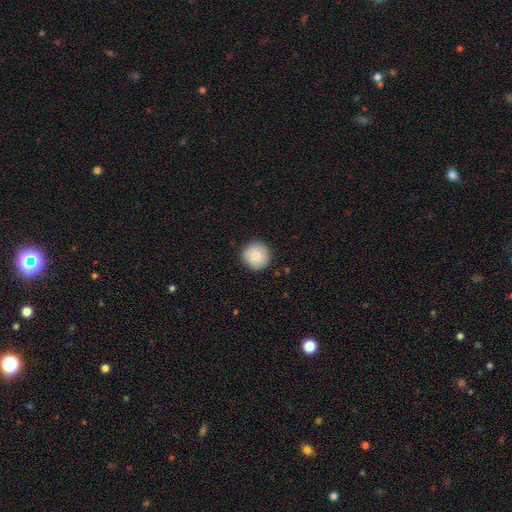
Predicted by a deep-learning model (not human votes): A smooth galaxy with no disk features (84%) that is round (95%).

Vote fractions:
- Smooth or featured? smooth: 84% / featured or disk: 9% / star or artifact: 7%
- How rounded? round: 95% / in between: 4% / cigar-shaped: 1%
- Merging? none: 90% / minor disturbance: 8% / major disturbance: 2% / merger: 1%